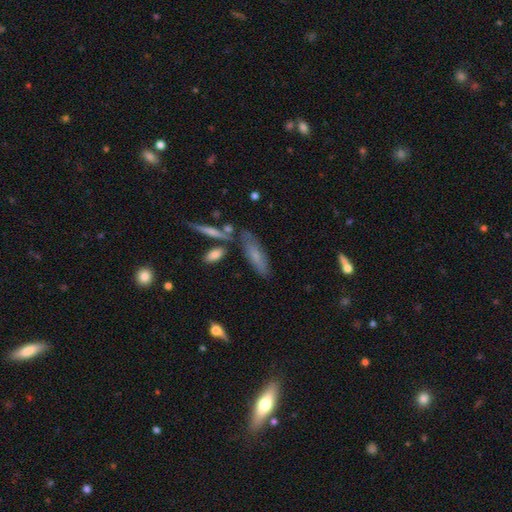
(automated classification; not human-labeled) A smooth galaxy with no disk features (61%) that is in between round and cigar-shaped (52%). Merging: none (64%).